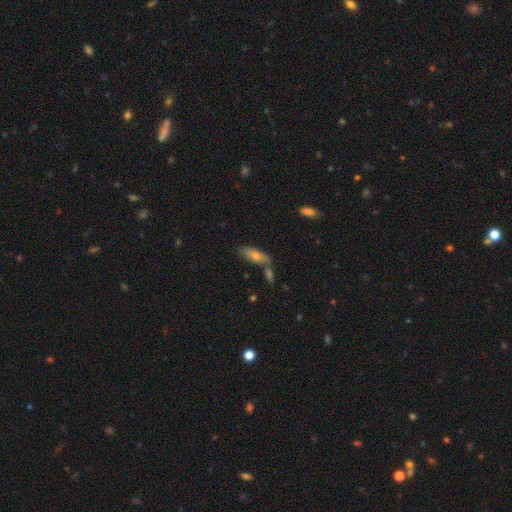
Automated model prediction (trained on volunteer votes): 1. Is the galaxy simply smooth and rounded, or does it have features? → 65% smooth, 27% featured or disk, 8% star or artifact.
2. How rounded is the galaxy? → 69% in between, 28% cigar-shaped, 3% round.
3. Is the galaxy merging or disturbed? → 61% none, 19% merger, 15% minor disturbance, 4% major disturbance.